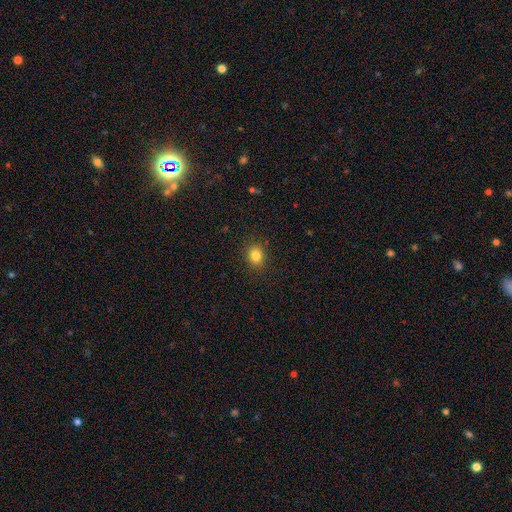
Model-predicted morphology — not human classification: This is clearly a smooth galaxy (83%). How rounded: likely round (63%). Merging: clearly none (89%).